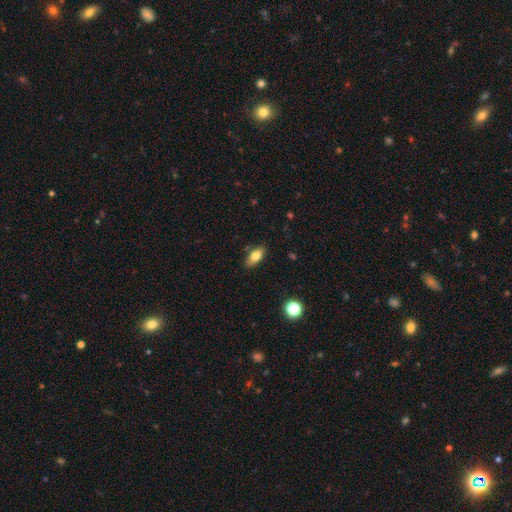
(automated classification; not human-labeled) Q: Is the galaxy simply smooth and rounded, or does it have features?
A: smooth — 78%.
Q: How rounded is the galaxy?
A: in between — 86%.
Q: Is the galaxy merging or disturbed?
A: none — 83%.